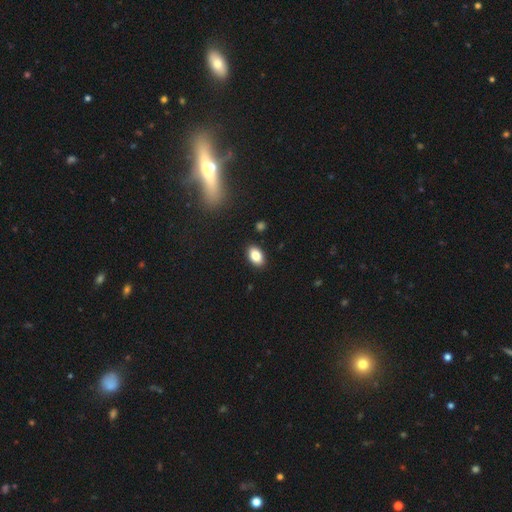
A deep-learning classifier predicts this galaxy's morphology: Smooth or featured? smooth (85%)
How rounded? in between (90%)
Merging? none (89%)